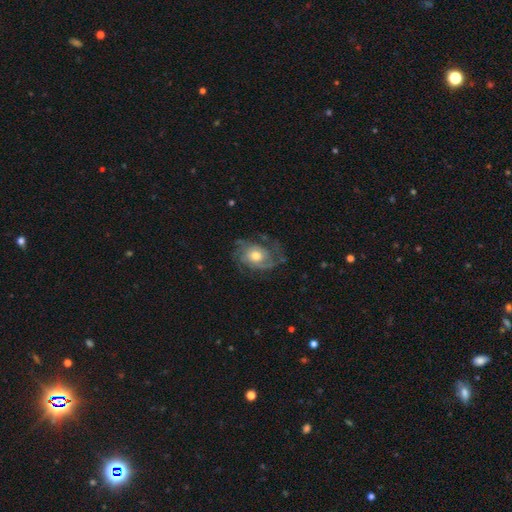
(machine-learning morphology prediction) smooth-or-featured: featured or disk: 79% | smooth: 14% | star or artifact: 6%
  disk-edge-on: no: 97% | yes: 3%
    bar: no: 76% | weak: 20% | strong: 4%
    has-spiral-arms: yes: 91% | no: 9%
      spiral-winding: tight: 46% | medium: 39% | loose: 15%
      spiral-arm-count: 2: 32% | can't tell: 27% | 3: 21% | 4: 8% | 1: 7% | more than 4: 5%
    bulge-size: moderate: 69% | large: 14% | small: 14% | none: 1% | dominant: 1%
  merging: none: 64% | minor disturbance: 20% | major disturbance: 14% | merger: 1%